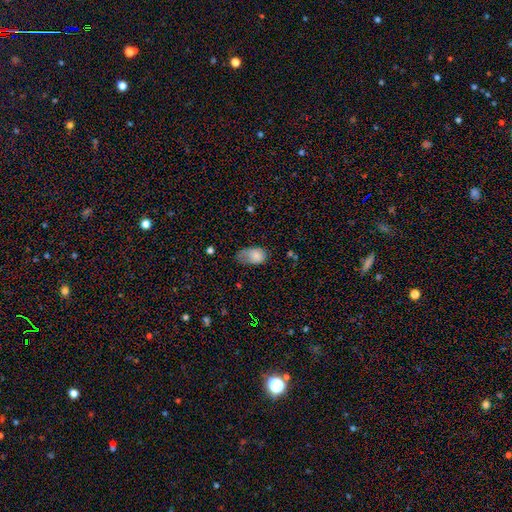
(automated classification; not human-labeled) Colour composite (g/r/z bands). It shows a smooth galaxy with no disk features (80%) that is in between round and cigar-shaped (88%). Merging: minor disturbance (42%).